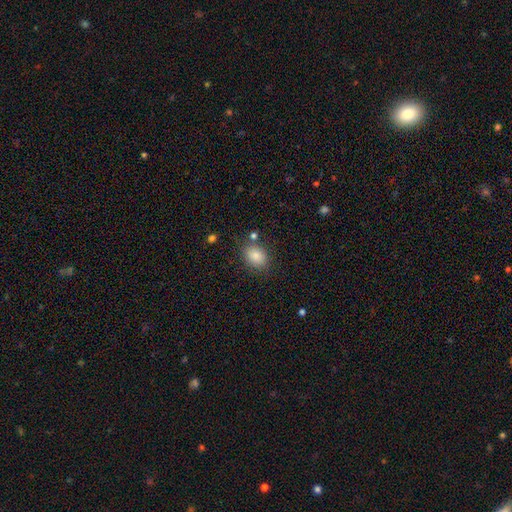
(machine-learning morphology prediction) The model was most divided on "how rounded": in between: 70%, round: 29%, cigar-shaped: 1%. More confident: smooth or featured — smooth (85%); merging — none (77%).